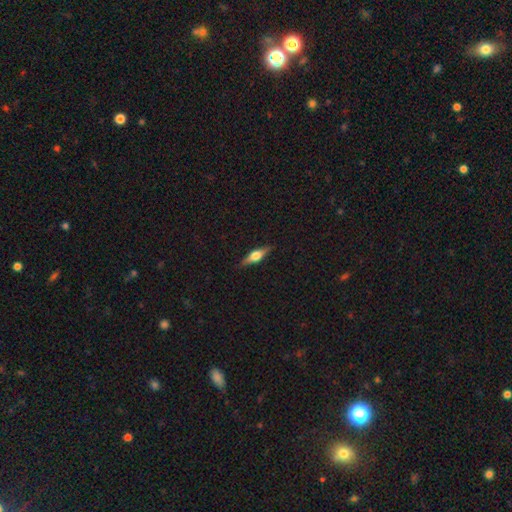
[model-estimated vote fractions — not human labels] Smooth or featured: featured or disk — 64% (smooth — 29%)
Edge-on disk: yes — 96% (no — 4%)
Edge-on bulge: rounded — 93% (boxy — 6%)
Merging: none — 88% (minor disturbance — 9%)